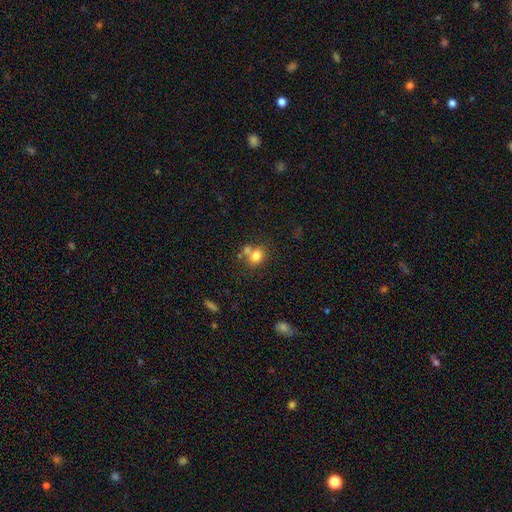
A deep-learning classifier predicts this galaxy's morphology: Q: Smooth or featured?
A: smooth (78%); runner-up: star or artifact (11%)
Q: How rounded?
A: round (56%); runner-up: in between (43%)
Q: Merging?
A: none (49%); runner-up: merger (34%)